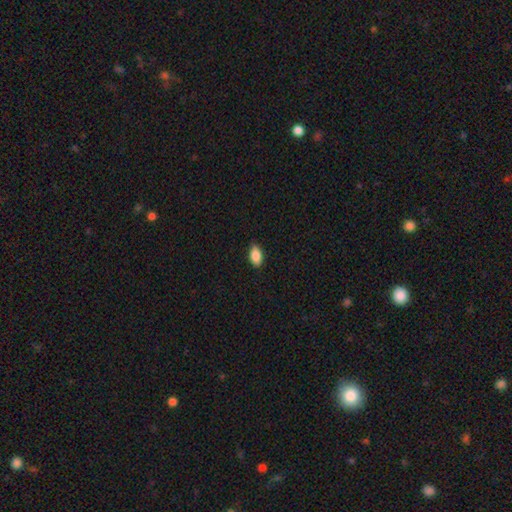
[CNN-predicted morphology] A smooth galaxy with no disk features (86%) that is in between round and cigar-shaped (91%).

Vote fractions:
- Smooth or featured? smooth: 86% / star or artifact: 7% / featured or disk: 6%
- How rounded? in between: 91% / round: 5% / cigar-shaped: 4%
- Merging? none: 84% / minor disturbance: 13% / major disturbance: 2% / merger: 1%